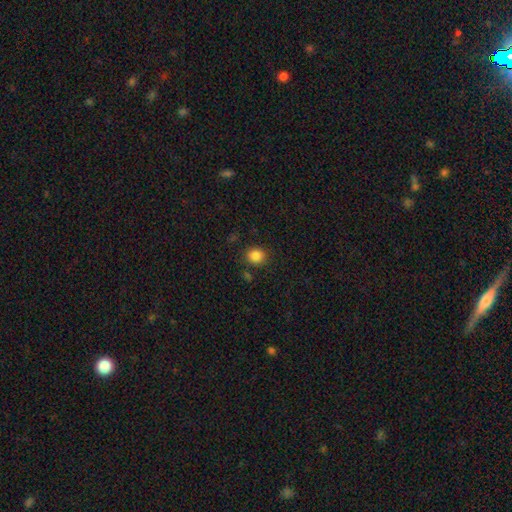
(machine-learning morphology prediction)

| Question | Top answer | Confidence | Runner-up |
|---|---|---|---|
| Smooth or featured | smooth | 85% | star or artifact (11%) |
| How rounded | round | 80% | in between (19%) |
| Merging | none | 85% | minor disturbance (9%) |